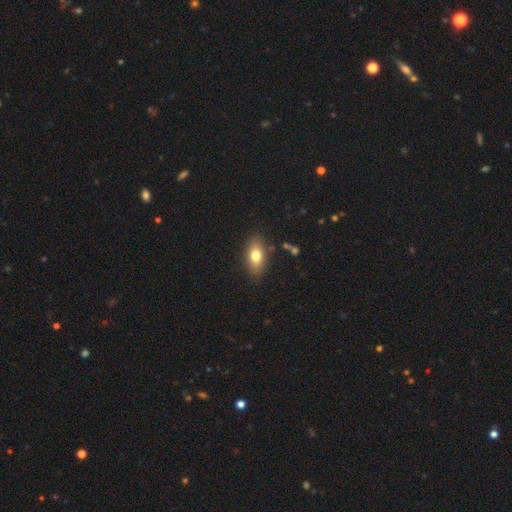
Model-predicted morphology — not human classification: Q: Smooth or featured?
A: smooth (75%); runner-up: featured or disk (16%)
Q: How rounded?
A: in between (85%); runner-up: round (9%)
Q: Merging?
A: none (83%); runner-up: minor disturbance (11%)